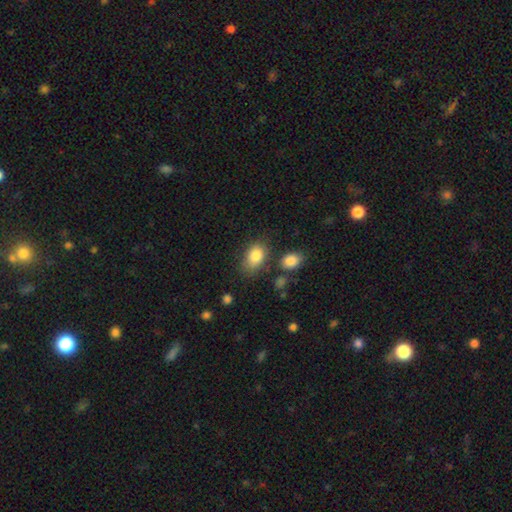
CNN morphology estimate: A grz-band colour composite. It shows a smooth galaxy with no disk features (84%) that is in between round and cigar-shaped (84%). Merging: none (66%).